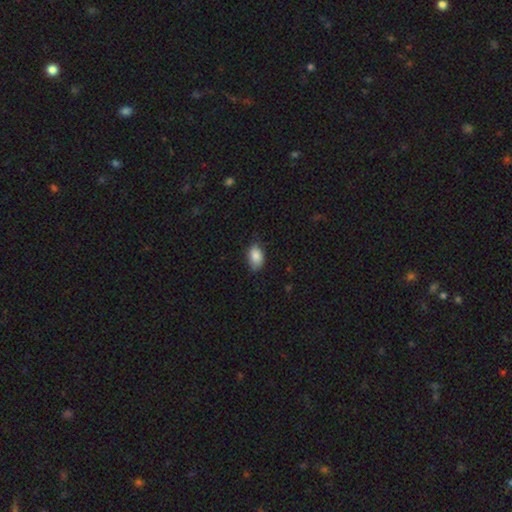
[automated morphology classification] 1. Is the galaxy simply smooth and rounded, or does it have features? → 86% smooth, 7% star or artifact, 7% featured or disk.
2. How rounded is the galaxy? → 90% in between, 9% round, 2% cigar-shaped.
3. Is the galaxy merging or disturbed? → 74% none, 22% minor disturbance, 3% major disturbance, 1% merger.